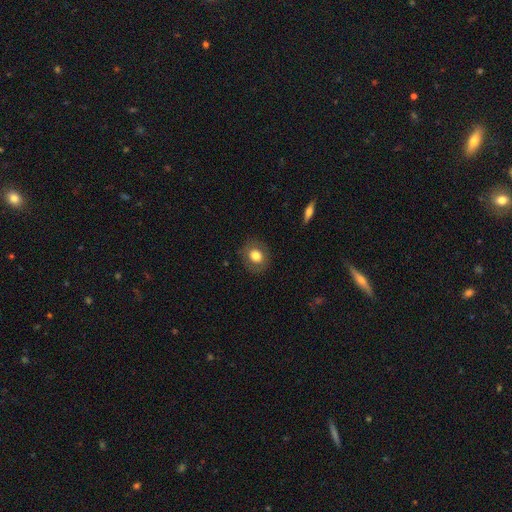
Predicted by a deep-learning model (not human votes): The model was most divided on "how rounded": round: 68%, in between: 31%, cigar-shaped: 1%. More confident: merging — none (85%); smooth or featured — smooth (75%).